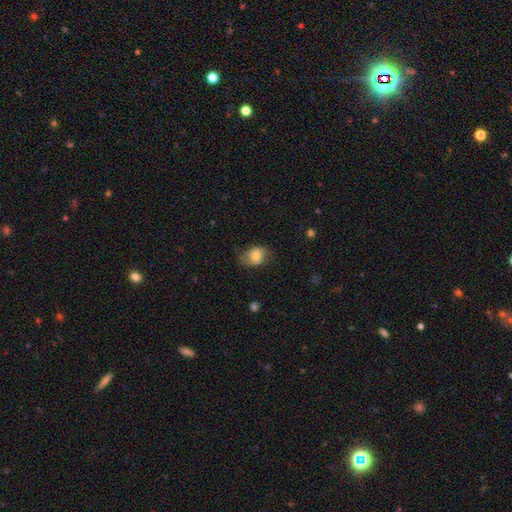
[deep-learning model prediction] The model was most divided on "smooth or featured": smooth: 59%, featured or disk: 33%, star or artifact: 8%. More confident: merging — none (64%); how rounded — in between (63%).